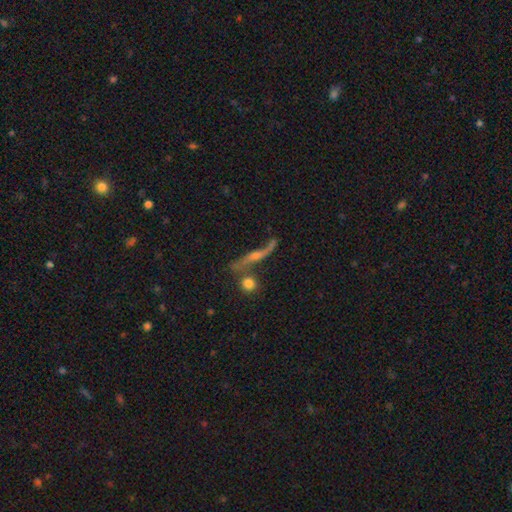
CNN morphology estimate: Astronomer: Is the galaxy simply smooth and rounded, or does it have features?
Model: featured or disk — 68%.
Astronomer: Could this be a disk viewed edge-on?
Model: yes — 65%.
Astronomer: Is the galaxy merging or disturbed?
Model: none — 56%.